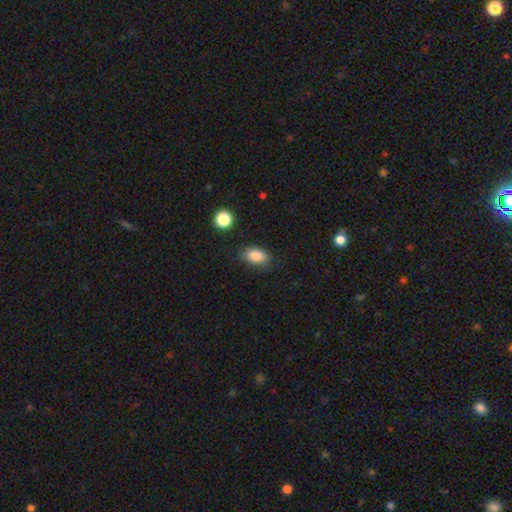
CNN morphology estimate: Q: Smooth or featured?
A: smooth (86%); runner-up: star or artifact (8%)
Q: How rounded?
A: in between (89%); runner-up: round (8%)
Q: Merging?
A: none (81%); runner-up: minor disturbance (13%)